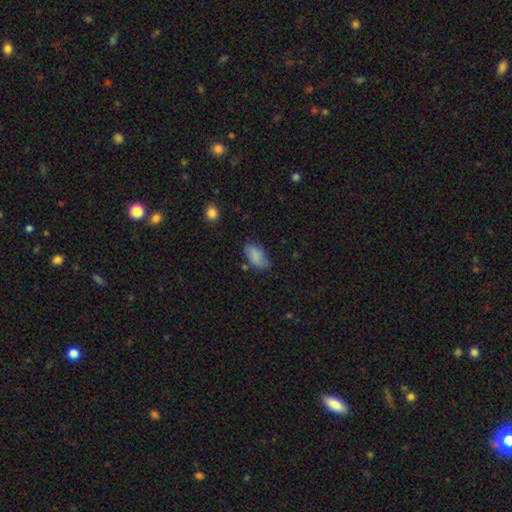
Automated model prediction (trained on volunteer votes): The model was most divided on "merging": none: 65%, minor disturbance: 25%, major disturbance: 6%, merger: 3%. More confident: how rounded — in between (92%); smooth or featured — smooth (82%).